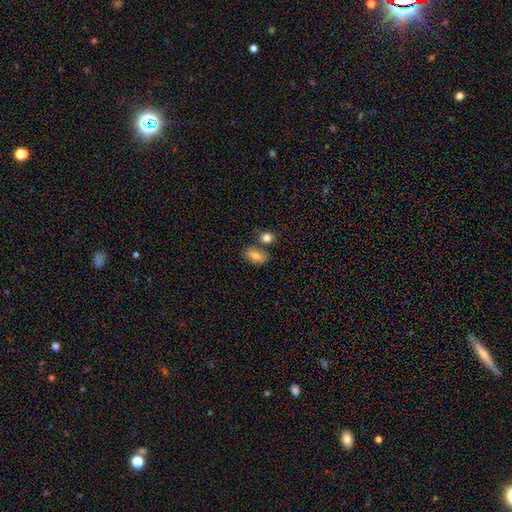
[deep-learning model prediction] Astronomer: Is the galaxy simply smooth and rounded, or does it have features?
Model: smooth — 76%.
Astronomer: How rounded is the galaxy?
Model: in between — 83%.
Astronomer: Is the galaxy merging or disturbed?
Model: none — 56%.